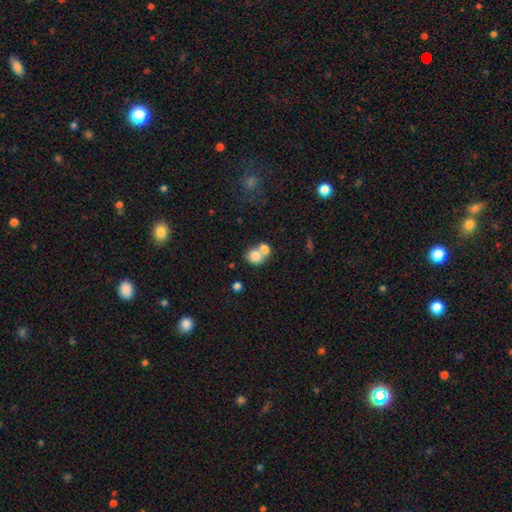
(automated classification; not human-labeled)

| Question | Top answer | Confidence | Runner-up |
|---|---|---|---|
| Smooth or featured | smooth | 78% | featured or disk (13%) |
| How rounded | round | 62% | in between (37%) |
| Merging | merger | 63% | none (27%) |